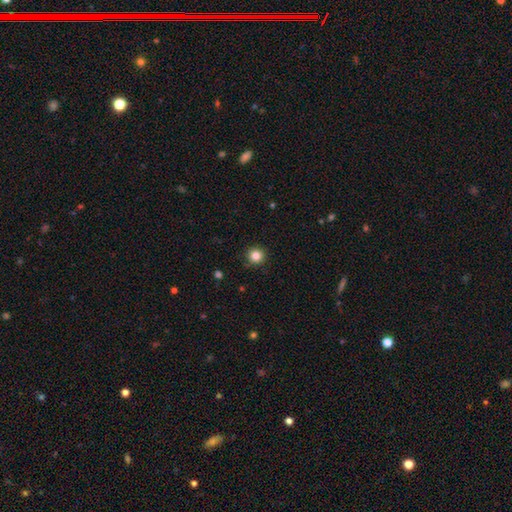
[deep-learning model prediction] Smooth or featured? Predicted: smooth (p=0.84). How rounded? Predicted: round (p=0.95). Merging? Predicted: none (p=0.90).